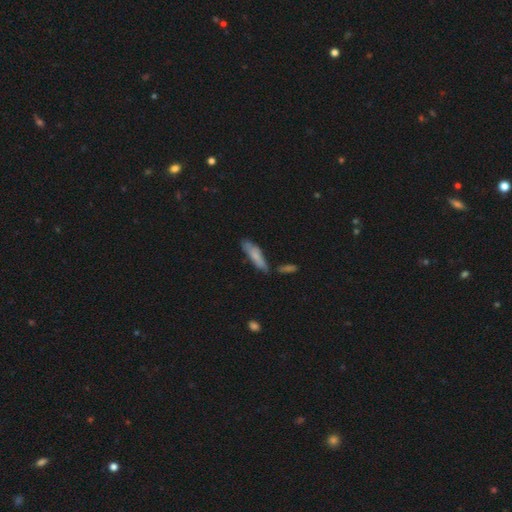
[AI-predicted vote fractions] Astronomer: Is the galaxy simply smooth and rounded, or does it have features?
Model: smooth — 70%.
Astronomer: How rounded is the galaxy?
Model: cigar-shaped — 68%.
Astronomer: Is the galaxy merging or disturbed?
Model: none — 56%.